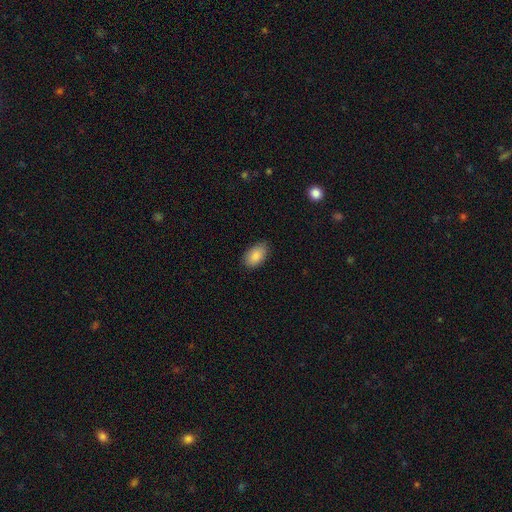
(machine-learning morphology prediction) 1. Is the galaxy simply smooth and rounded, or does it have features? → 88% smooth, 7% star or artifact, 6% featured or disk.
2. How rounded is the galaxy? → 93% in between, 6% round, 1% cigar-shaped.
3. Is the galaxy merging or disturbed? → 81% none, 15% minor disturbance, 3% major disturbance, 1% merger.